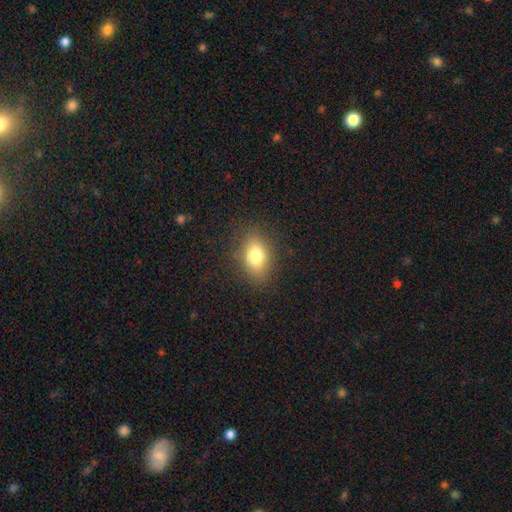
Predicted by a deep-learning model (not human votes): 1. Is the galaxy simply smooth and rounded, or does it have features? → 77% smooth, 12% featured or disk, 11% star or artifact.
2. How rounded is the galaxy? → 80% in between, 18% round, 2% cigar-shaped.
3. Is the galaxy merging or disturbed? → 84% none, 11% minor disturbance, 4% major disturbance, 1% merger.